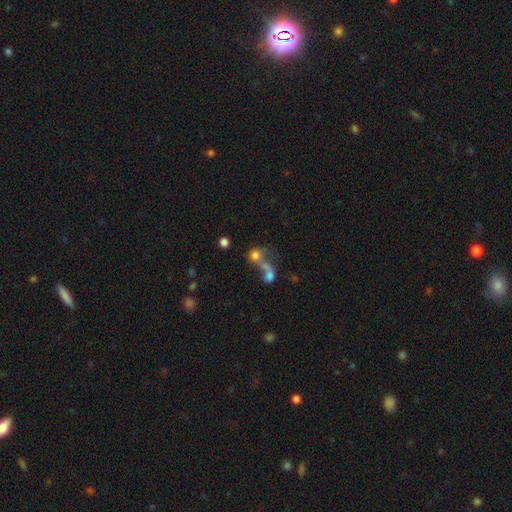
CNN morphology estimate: smooth-or-featured: smooth: 69% | featured or disk: 16% | star or artifact: 15%
  how-rounded: round: 75% | in between: 22% | cigar-shaped: 2%
  merging: merger: 58% | none: 27% | major disturbance: 9% | minor disturbance: 7%